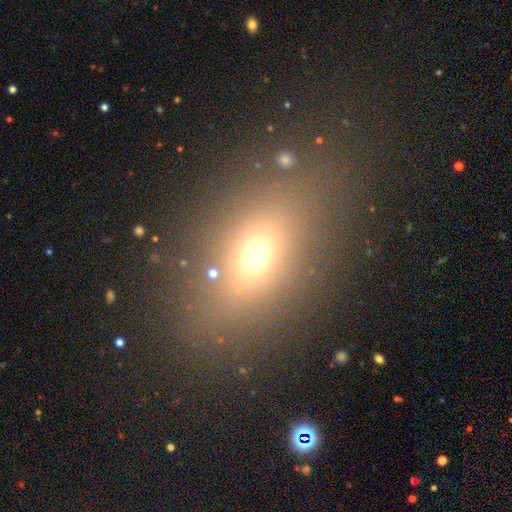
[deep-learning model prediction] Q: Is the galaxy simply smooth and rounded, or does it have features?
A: smooth — 62%.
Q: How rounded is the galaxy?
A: in between — 66%.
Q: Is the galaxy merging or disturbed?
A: none — 79%.